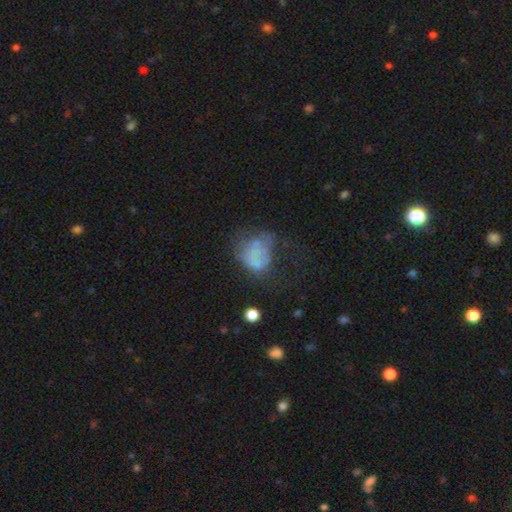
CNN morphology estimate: A smooth galaxy with no disk features (54%) that is in between round and cigar-shaped (56%).

Vote fractions:
- Smooth or featured? smooth: 54% / featured or disk: 31% / star or artifact: 15%
- How rounded? in between: 56% / round: 42% / cigar-shaped: 1%
- Merging? major disturbance: 42% / none: 27% / minor disturbance: 23% / merger: 8%